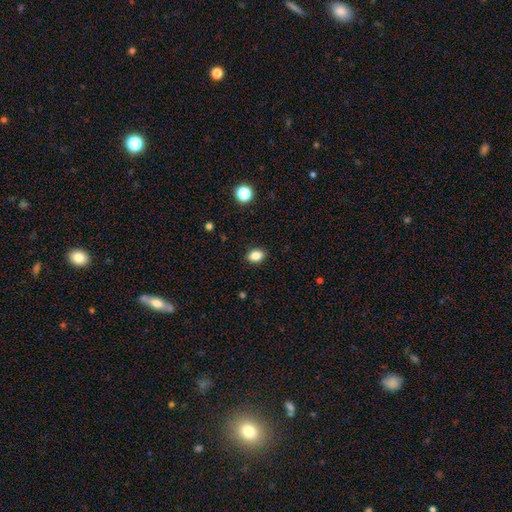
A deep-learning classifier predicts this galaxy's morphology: A smooth galaxy with no disk features (84%) that is in between round and cigar-shaped (72%).

Vote fractions:
- Smooth or featured? smooth: 84% / star or artifact: 10% / featured or disk: 6%
- How rounded? in between: 72% / round: 27% / cigar-shaped: 1%
- Merging? none: 89% / minor disturbance: 8% / major disturbance: 2% / merger: 1%